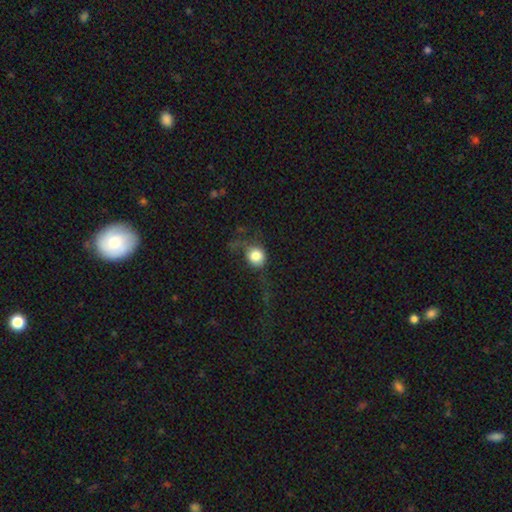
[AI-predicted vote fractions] Q: Smooth or featured?
A: smooth (78%); runner-up: featured or disk (13%)
Q: How rounded?
A: round (82%); runner-up: in between (17%)
Q: Merging?
A: none (43%); runner-up: major disturbance (31%)